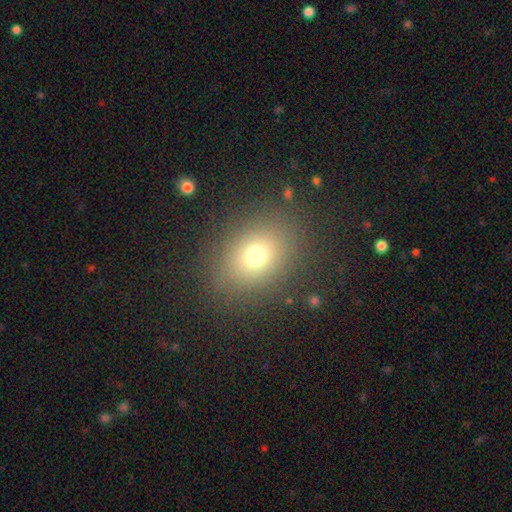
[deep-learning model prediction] Morphology: type=smooth (71%); roundness=in between (53%); merging=none (84%).